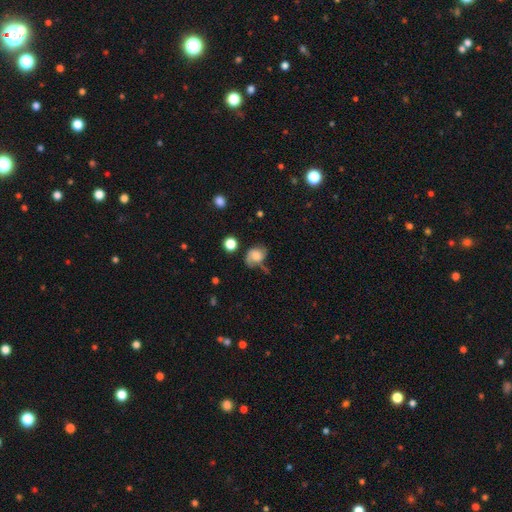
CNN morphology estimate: Overall: smooth (46%; featured or disk 43%). Merging: none (44%; minor disturbance 29%).